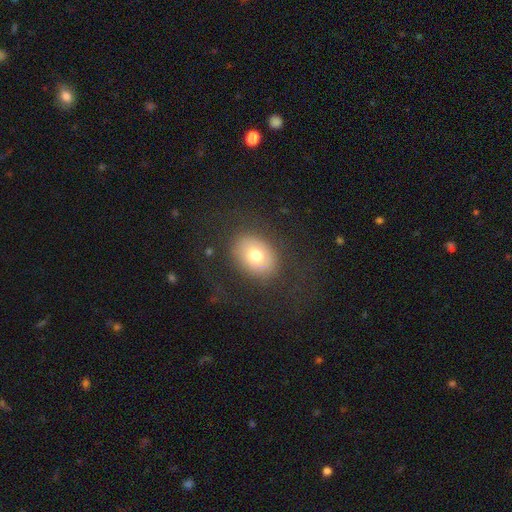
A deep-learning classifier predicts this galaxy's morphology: Smooth or featured?
  - smooth: 65% *
  - featured or disk: 26%
  - star or artifact: 9%
How rounded?
  - in between: 66% *
  - round: 33%
  - cigar-shaped: 1%
Merging?
  - none: 77% *
  - minor disturbance: 12%
  - major disturbance: 10%
  - merger: 1%